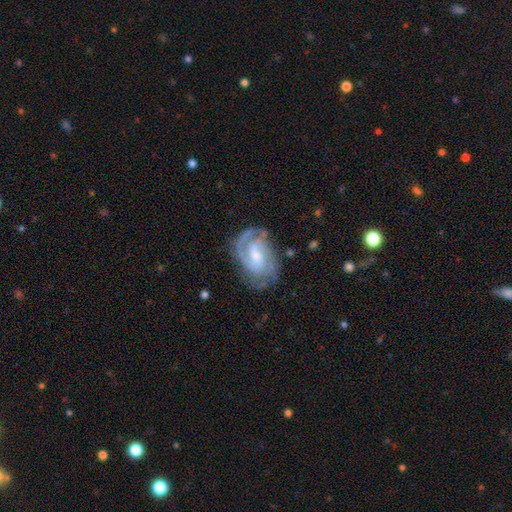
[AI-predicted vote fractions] Smooth or featured? featured or disk (85%)
Edge-on disk? no (97%)
Bar? weak (50%)
Spiral arms? yes (95%)
Spiral winding? tight (55%)
Spiral arm count? 2 (59%)
Bulge size? small (45%)
Merging? none (70%)